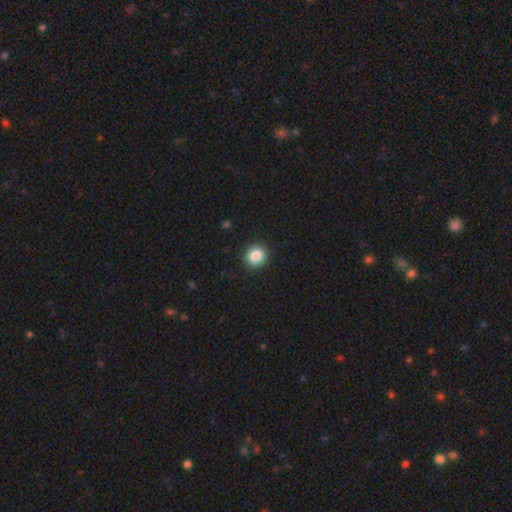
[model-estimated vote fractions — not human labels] This appears to be a smooth galaxy with no disk features (86%) that is round (86%). Merging: none (91%).